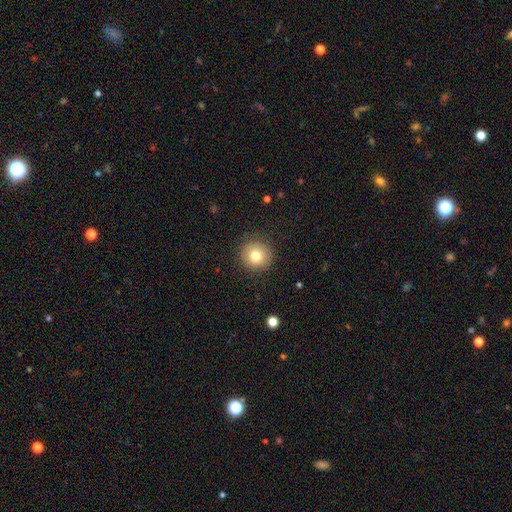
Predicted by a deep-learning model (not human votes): Smooth or featured?
  - smooth: 78% *
  - featured or disk: 11%
  - star or artifact: 11%
How rounded?
  - round: 93% *
  - in between: 6%
  - cigar-shaped: 1%
Merging?
  - none: 90% *
  - minor disturbance: 7%
  - major disturbance: 3%
  - merger: 1%